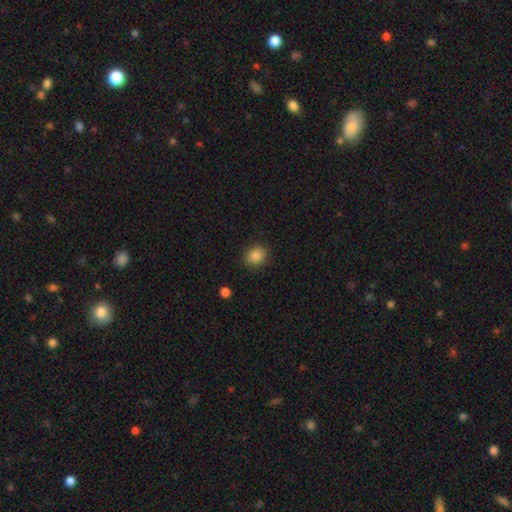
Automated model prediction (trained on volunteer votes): smooth_or_featured: smooth (p=0.87) [alt: star or artifact p=0.10]
how_rounded: round (p=0.76) [alt: in between p=0.23]
merging: none (p=0.88) [alt: minor disturbance p=0.08]